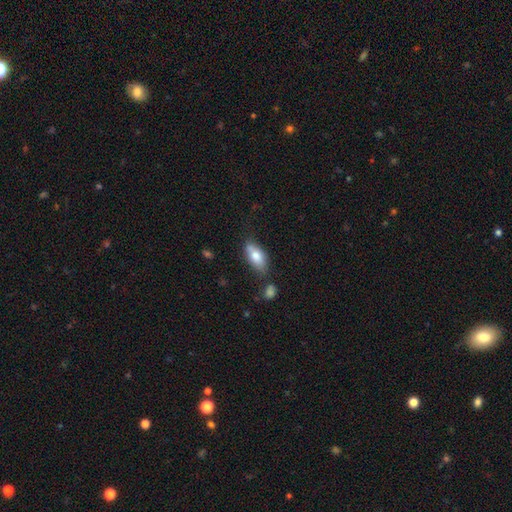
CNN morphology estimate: Smooth or featured: smooth — 76% (featured or disk — 17%)
How rounded: in between — 86% (cigar-shaped — 10%)
Merging: none — 58% (minor disturbance — 25%)